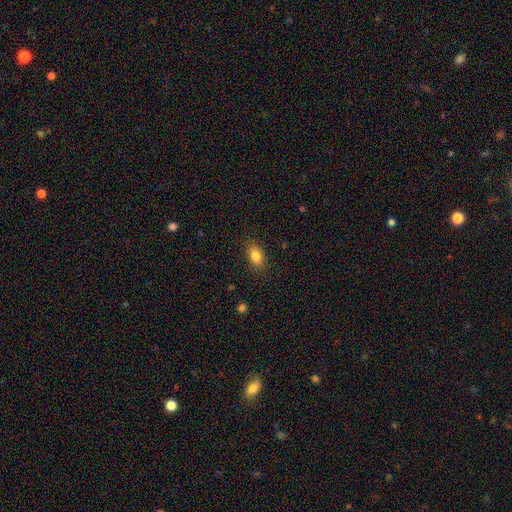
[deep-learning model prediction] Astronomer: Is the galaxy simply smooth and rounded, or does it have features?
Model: smooth — 84%.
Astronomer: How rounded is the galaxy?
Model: in between — 84%.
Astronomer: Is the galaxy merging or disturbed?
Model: none — 86%.